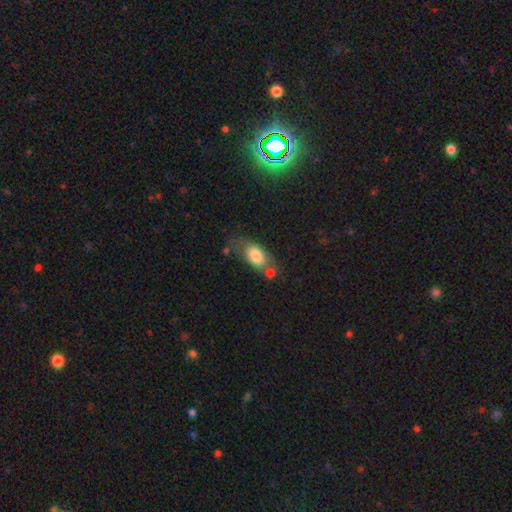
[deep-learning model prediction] smooth-or-featured: smooth: 72% | featured or disk: 21% | star or artifact: 7%
  how-rounded: in between: 86% | cigar-shaped: 7% | round: 7%
  merging: none: 46% | minor disturbance: 22% | merger: 21% | major disturbance: 11%